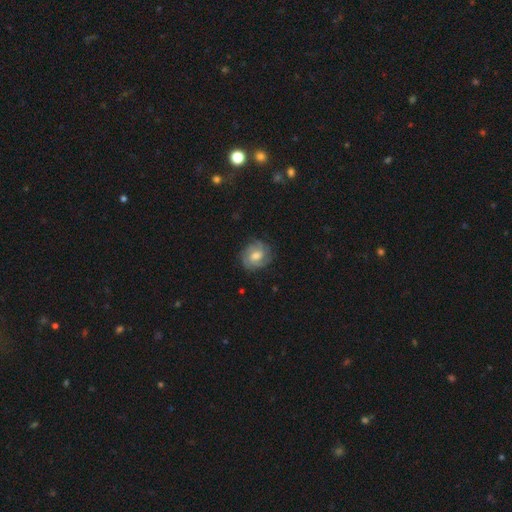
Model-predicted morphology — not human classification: type=featured or disk (72%); edge-on=no (98%); bar=no (49%); spiral arms=yes (93%); winding=tight (59%); arm count=3 (31%); bulge=moderate (65%); merging=none (78%).